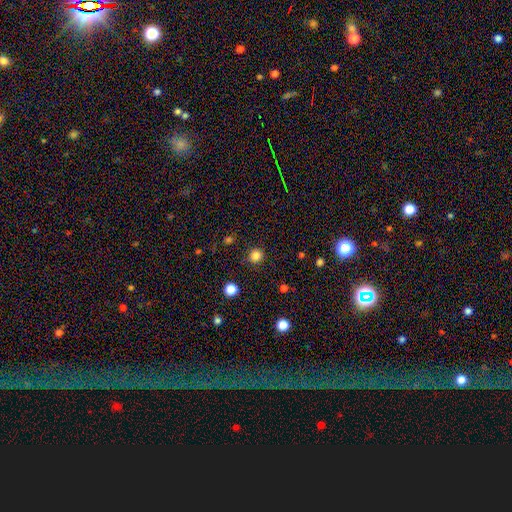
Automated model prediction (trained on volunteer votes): This appears to be a smooth galaxy with no disk features (83%) that is round (90%). Merging: none (87%).